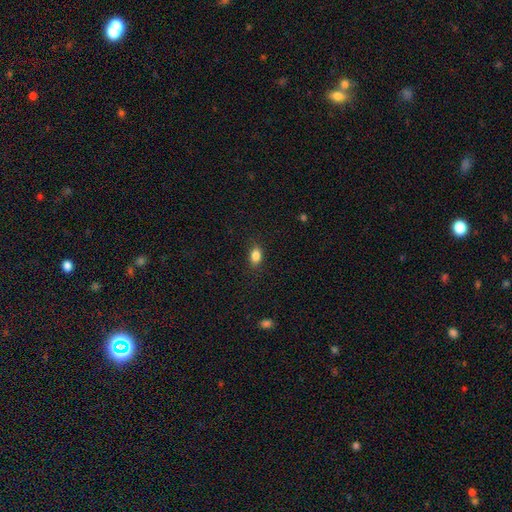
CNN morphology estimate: A smooth galaxy with no disk features (86%) that is in between round and cigar-shaped (83%).

Vote fractions:
- Smooth or featured? smooth: 86% / star or artifact: 9% / featured or disk: 5%
- How rounded? in between: 83% / round: 15% / cigar-shaped: 2%
- Merging? none: 86% / minor disturbance: 10% / major disturbance: 3% / merger: 1%